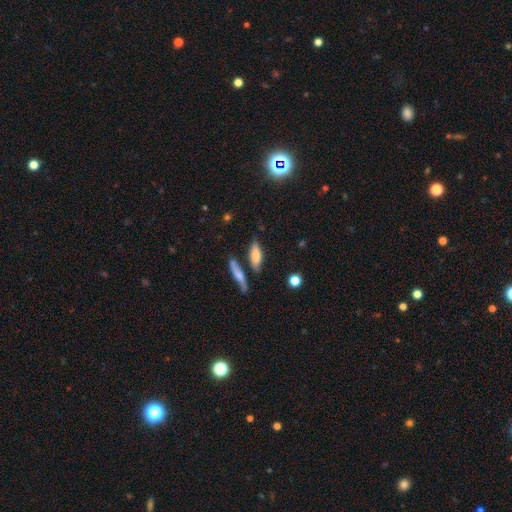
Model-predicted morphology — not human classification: Smooth or featured? smooth (71%)
How rounded? in between (53%)
Merging? none (67%)